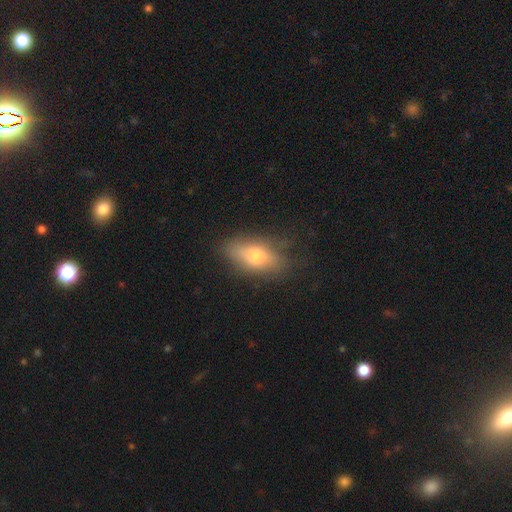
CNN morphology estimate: Smooth or featured? smooth (66%)
How rounded? in between (79%)
Merging? none (72%)